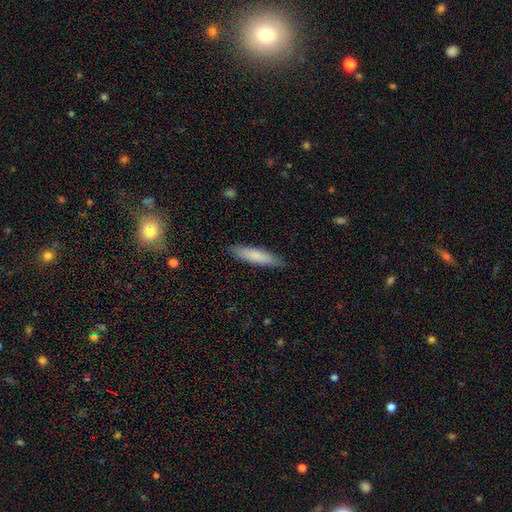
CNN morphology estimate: The model was most divided on "how rounded": cigar-shaped: 80%, in between: 19%, round: 1%. More confident: merging — none (87%); smooth or featured — smooth (79%).